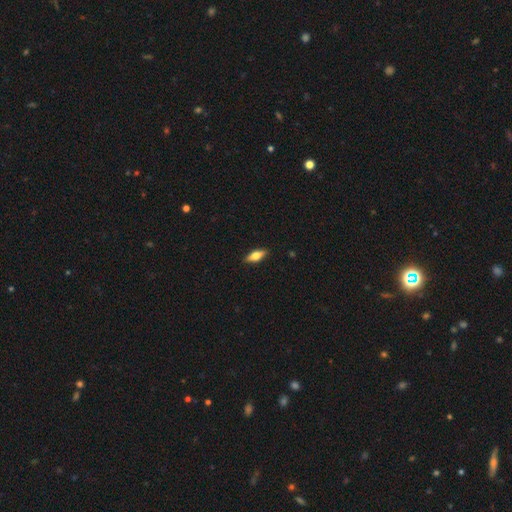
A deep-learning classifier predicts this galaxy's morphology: smooth-or-featured: smooth: 63% | featured or disk: 30% | star or artifact: 7%
  how-rounded: in between: 68% | cigar-shaped: 29% | round: 3%
  merging: none: 89% | minor disturbance: 9% | major disturbance: 2% | merger: 1%